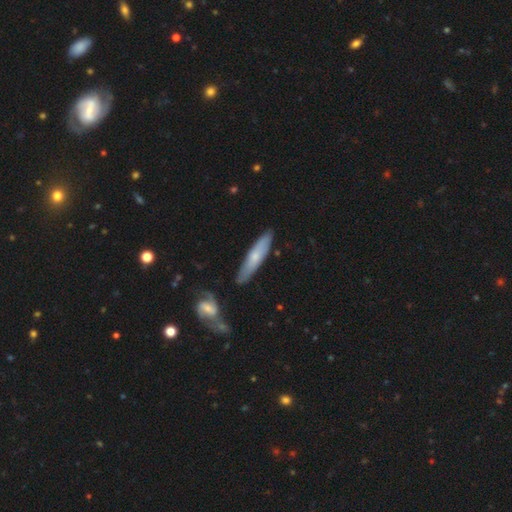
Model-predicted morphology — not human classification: This appears to be a smooth galaxy with no disk features (57%) that is cigar-shaped (84%). Merging: none (82%).